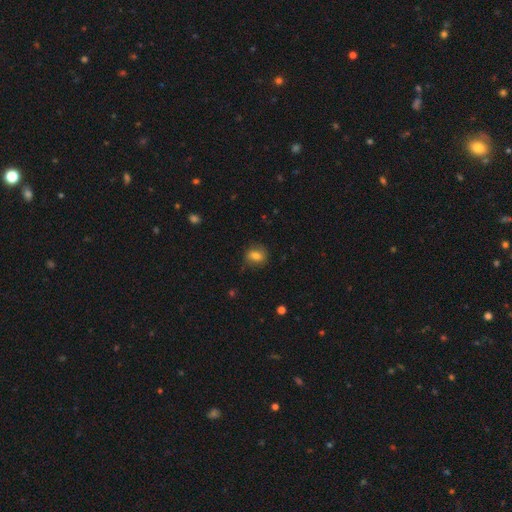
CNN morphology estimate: smooth_or_featured: smooth (p=0.78) [alt: featured or disk p=0.12]
how_rounded: round (p=0.54) [alt: in between p=0.44]
merging: none (p=0.80) [alt: minor disturbance p=0.15]